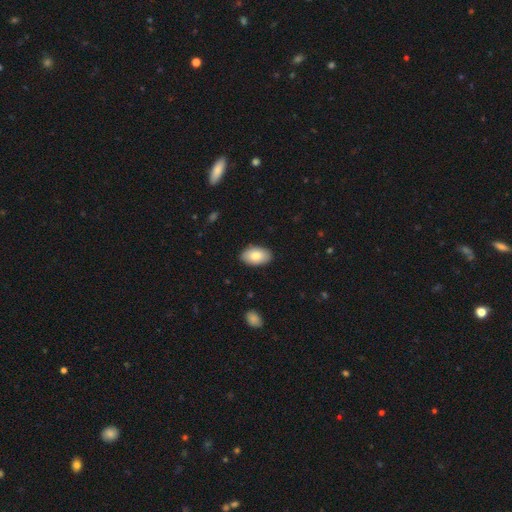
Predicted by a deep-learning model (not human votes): smooth_or_featured: smooth (p=0.83) [alt: featured or disk p=0.11]
how_rounded: in between (p=0.94) [alt: round p=0.04]
merging: none (p=0.88) [alt: minor disturbance p=0.09]